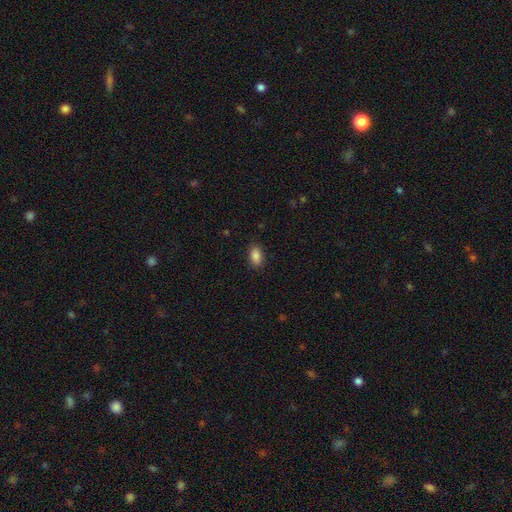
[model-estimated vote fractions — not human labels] A smooth galaxy with no disk features (88%) that is in between round and cigar-shaped (90%).

Vote fractions:
- Smooth or featured? smooth: 88% / star or artifact: 8% / featured or disk: 4%
- How rounded? in between: 90% / round: 8% / cigar-shaped: 2%
- Merging? none: 88% / minor disturbance: 9% / major disturbance: 2% / merger: 1%